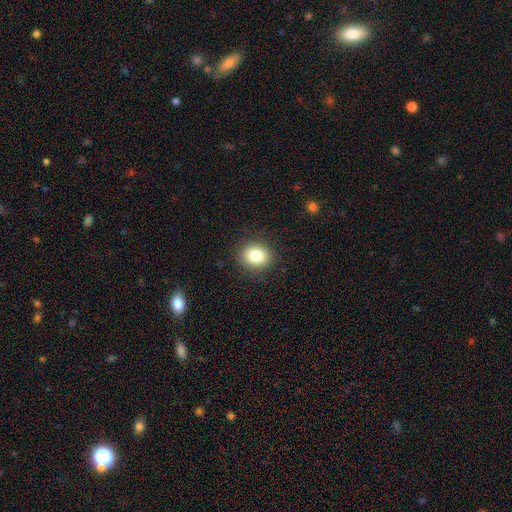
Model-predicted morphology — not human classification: This is clearly a smooth galaxy (83%). How rounded: likely round (67%). Merging: clearly none (89%).